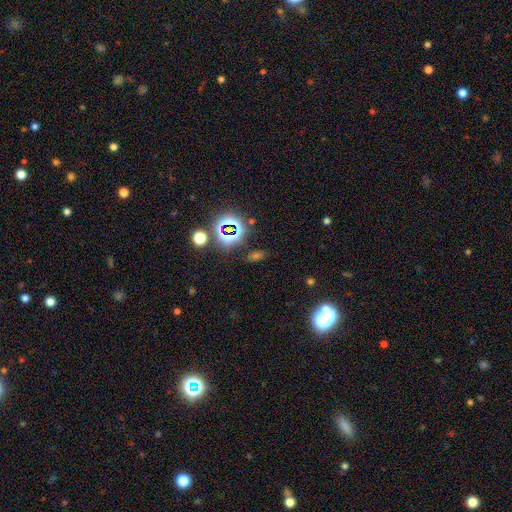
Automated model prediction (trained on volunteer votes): star or artifact 48%, smooth 40%, featured or disk 12%.